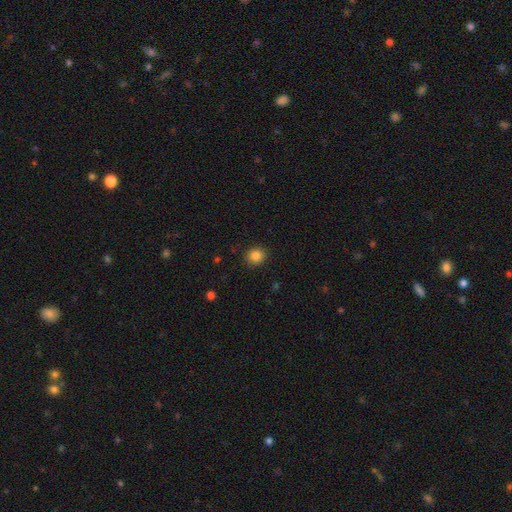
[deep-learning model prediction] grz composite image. It shows a smooth galaxy with no disk features (85%) that is round (84%). Merging: none (89%).